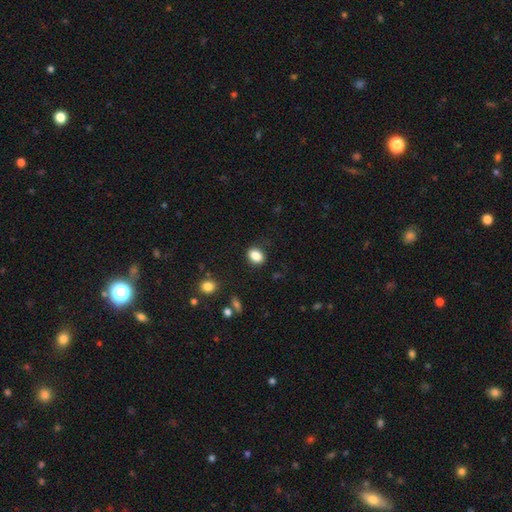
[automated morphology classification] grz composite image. It shows a smooth galaxy with no disk features (86%) that is in between round and cigar-shaped (65%). Merging: none (82%).